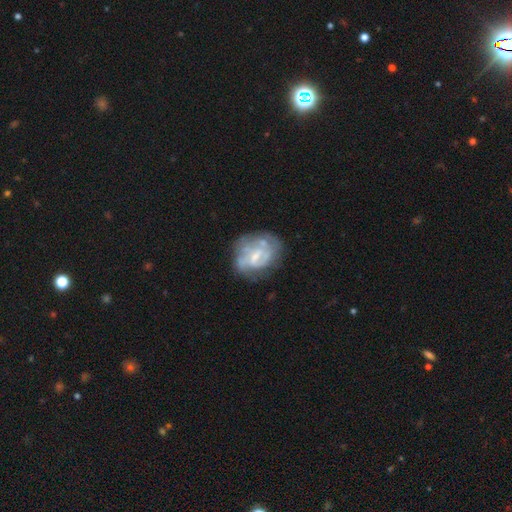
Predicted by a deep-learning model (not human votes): Smooth or featured? Predicted: featured or disk (p=0.67). Edge-on disk? Predicted: no (p=0.97). Bar? Predicted: weak (p=0.47). Spiral arms? Predicted: yes (p=0.52). Bulge size? Predicted: small (p=0.44). Merging? Predicted: none (p=0.49).